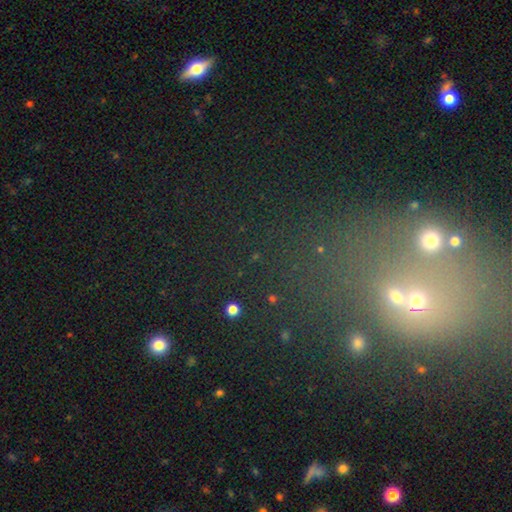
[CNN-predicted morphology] Smooth or featured? star or artifact (53%)